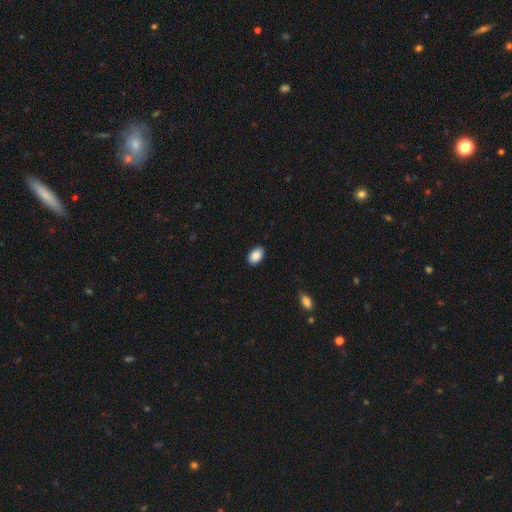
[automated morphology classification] Smooth or featured: smooth — 88% (star or artifact — 7%)
How rounded: in between — 92% (round — 7%)
Merging: none — 88% (minor disturbance — 9%)